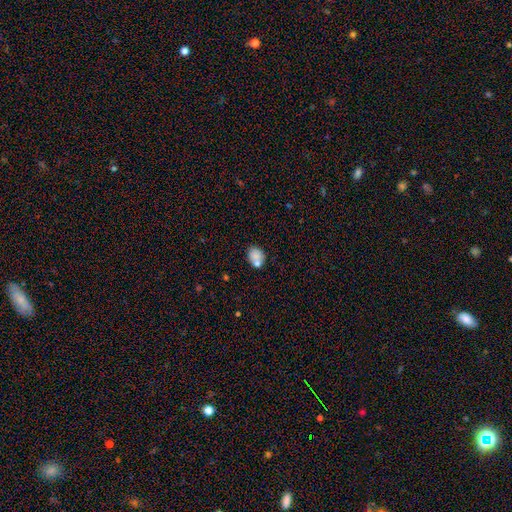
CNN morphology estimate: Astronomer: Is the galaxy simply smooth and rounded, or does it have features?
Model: smooth — 78%.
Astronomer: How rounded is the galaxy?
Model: in between — 53% (runner-up: round, 46%).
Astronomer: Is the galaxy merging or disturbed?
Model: none — 57%.